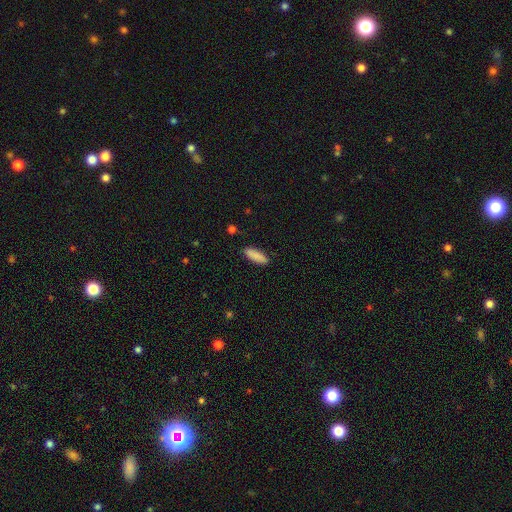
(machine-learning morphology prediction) A smooth galaxy with no disk features (88%) that is in between round and cigar-shaped (58%).

Vote fractions:
- Smooth or featured? smooth: 88% / star or artifact: 6% / featured or disk: 6%
- How rounded? in between: 58% / cigar-shaped: 40% / round: 2%
- Merging? none: 86% / minor disturbance: 10% / major disturbance: 2% / merger: 1%